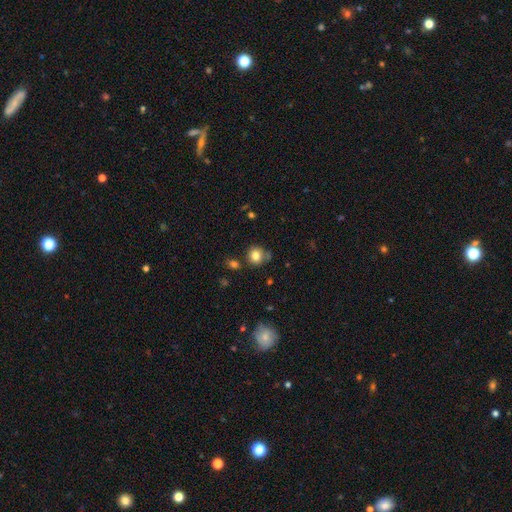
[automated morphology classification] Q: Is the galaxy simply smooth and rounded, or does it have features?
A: smooth — 81%.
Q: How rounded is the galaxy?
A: round — 83%.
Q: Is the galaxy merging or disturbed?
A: none — 71%.